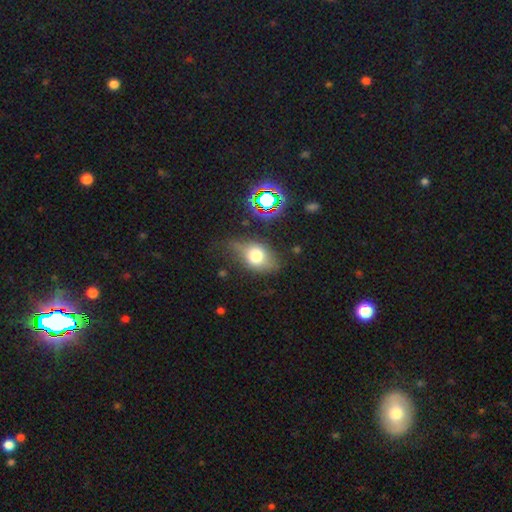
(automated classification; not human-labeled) smooth 62%, featured or disk 24%, star or artifact 14%. Down the decision tree: how rounded — in between (71%); merging — none (56%).